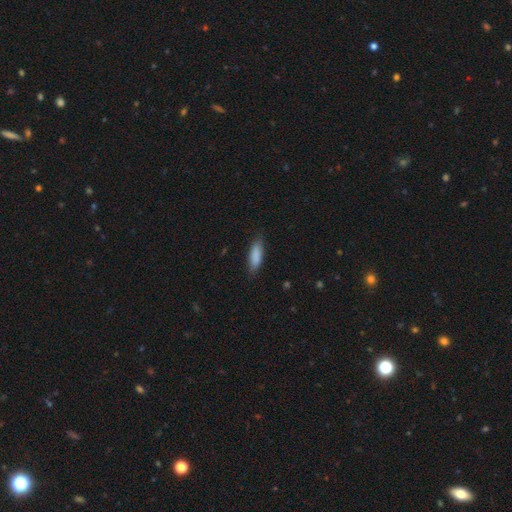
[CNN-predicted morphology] Smooth or featured: smooth — 87% (featured or disk — 7%)
How rounded: in between — 55% (cigar-shaped — 43%)
Merging: none — 82% (minor disturbance — 14%)